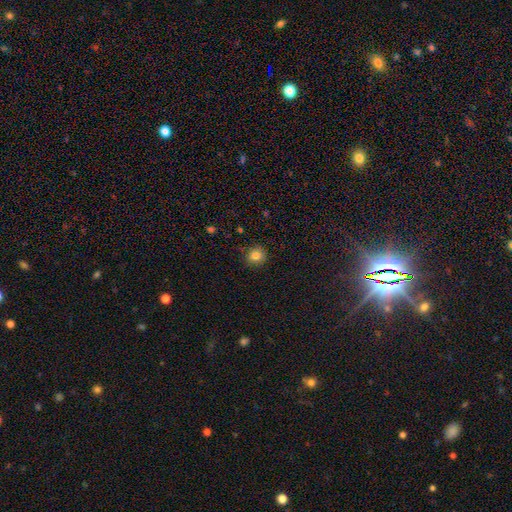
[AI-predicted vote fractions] smooth 83%, star or artifact 12%, featured or disk 5%. Down the decision tree: how rounded — round (88%); merging — none (86%).